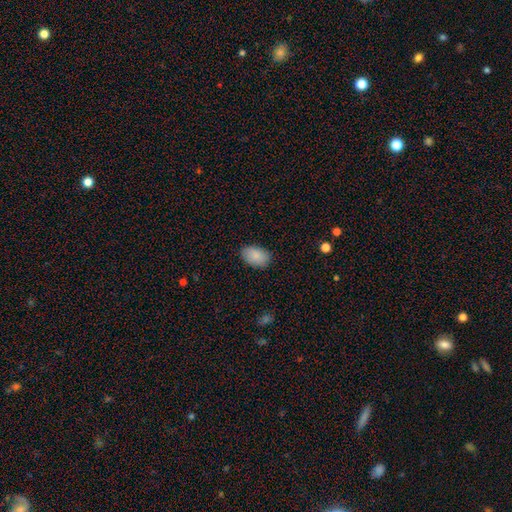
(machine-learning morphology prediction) Smooth or featured: smooth — 88% (star or artifact — 7%)
How rounded: in between — 91% (round — 8%)
Merging: none — 86% (minor disturbance — 11%)